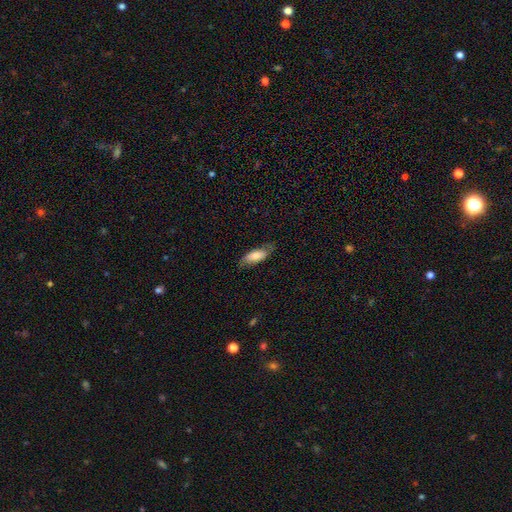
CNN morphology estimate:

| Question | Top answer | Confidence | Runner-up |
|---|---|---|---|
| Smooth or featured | smooth | 73% | featured or disk (21%) |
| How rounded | in between | 74% | cigar-shaped (24%) |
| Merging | none | 69% | minor disturbance (23%) |